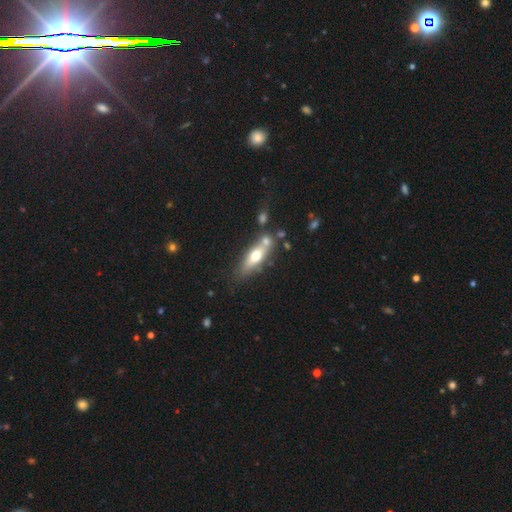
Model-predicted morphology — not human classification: smooth 57%, featured or disk 36%, star or artifact 7%. Down the decision tree: how rounded — in between (52%); merging — none (56%).